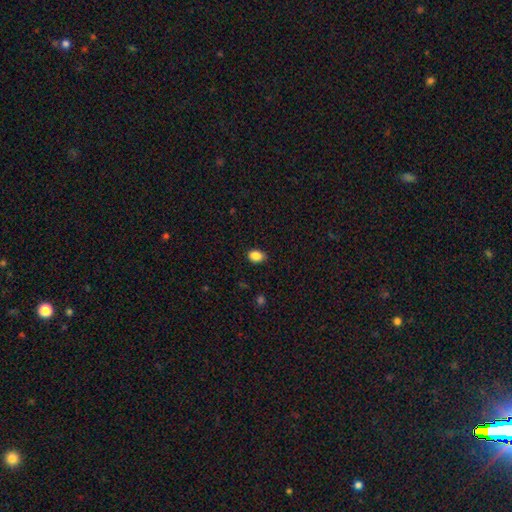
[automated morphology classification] A smooth galaxy with no disk features (87%) that is in between round and cigar-shaped (74%). Merging: none (85%).